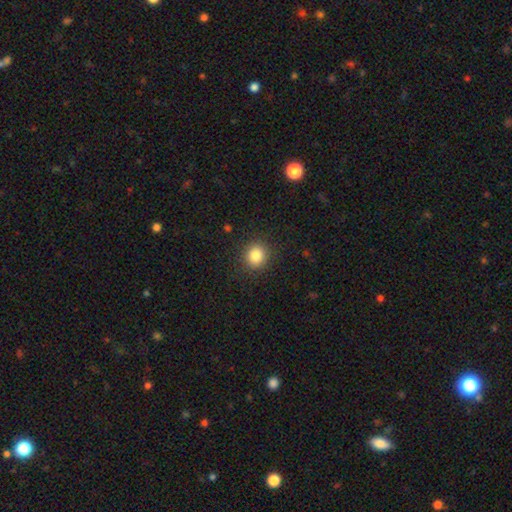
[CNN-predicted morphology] Overall: smooth (84%). How rounded: round (87%). Merging: none (90%).